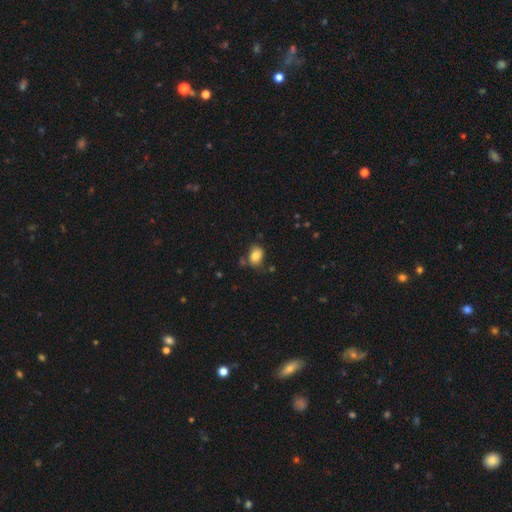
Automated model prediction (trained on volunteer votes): Smooth or featured? smooth (82%)
How rounded? in between (69%)
Merging? none (70%)